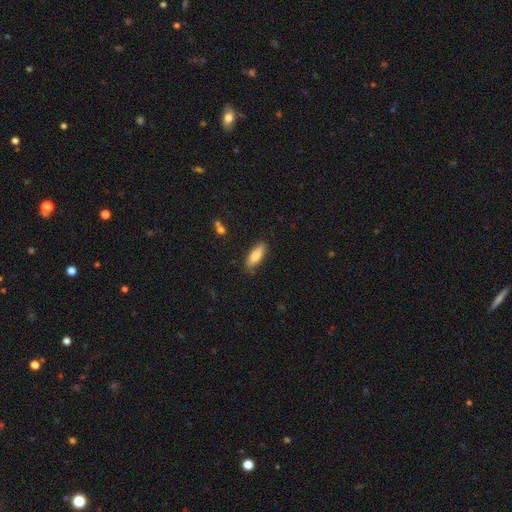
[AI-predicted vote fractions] Smooth or featured?
  - smooth: 82% *
  - featured or disk: 12%
  - star or artifact: 6%
How rounded?
  - in between: 64% *
  - cigar-shaped: 35%
  - round: 2%
Merging?
  - none: 82% *
  - minor disturbance: 14%
  - major disturbance: 3%
  - merger: 2%